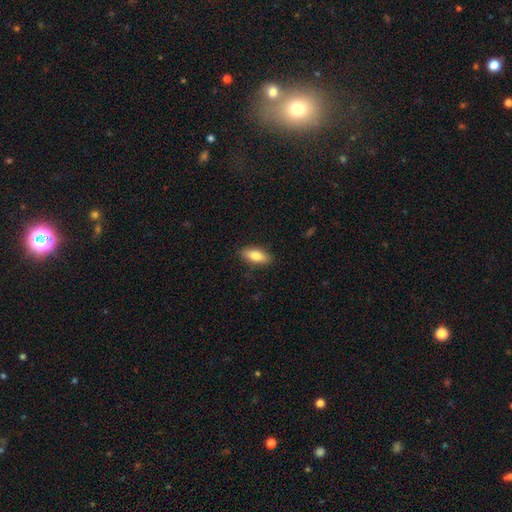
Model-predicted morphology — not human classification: type=smooth (82%); roundness=in between (77%); merging=none (88%).